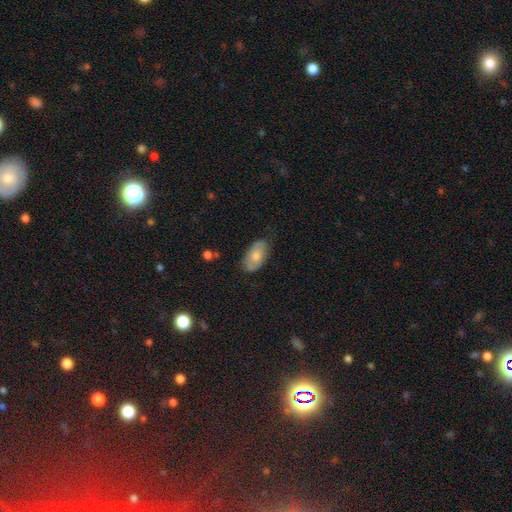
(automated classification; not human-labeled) A smooth galaxy with no disk features (71%) that is in between round and cigar-shaped (93%). Merging: none (69%).